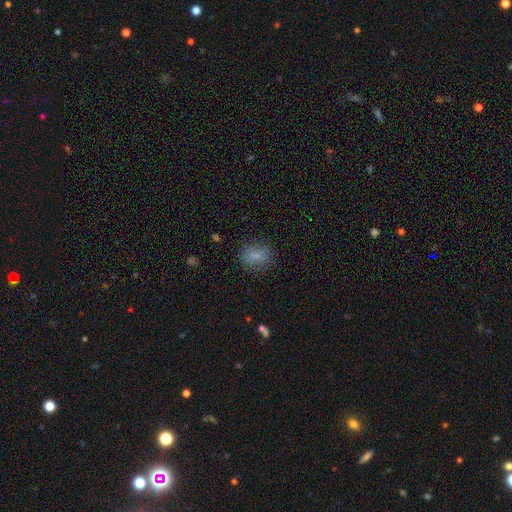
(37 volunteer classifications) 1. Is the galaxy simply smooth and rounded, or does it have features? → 86% smooth, 8% star or artifact, 5% featured or disk.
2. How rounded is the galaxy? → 56% in between, 44% round, 0% cigar-shaped.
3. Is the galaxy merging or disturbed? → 88% none, 6% minor disturbance, 3% major disturbance, 3% merger.